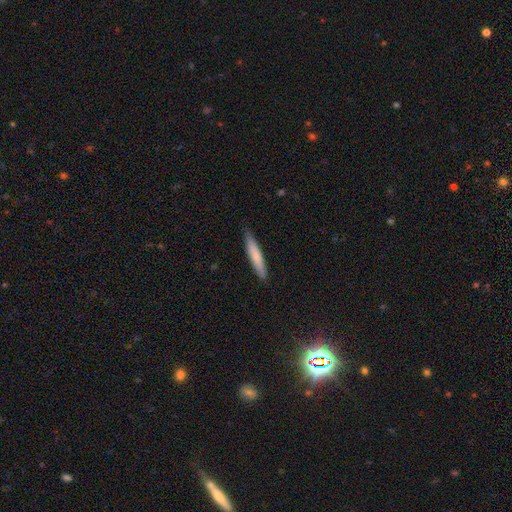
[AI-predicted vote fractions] Smooth or featured? Predicted: smooth (p=0.75). How rounded? Predicted: cigar-shaped (p=0.93). Merging? Predicted: none (p=0.88).